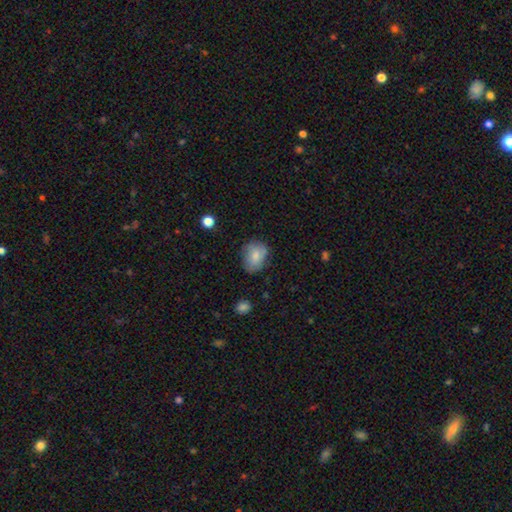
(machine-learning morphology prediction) Smooth or featured? smooth (78%)
How rounded? in between (61%)
Merging? none (67%)